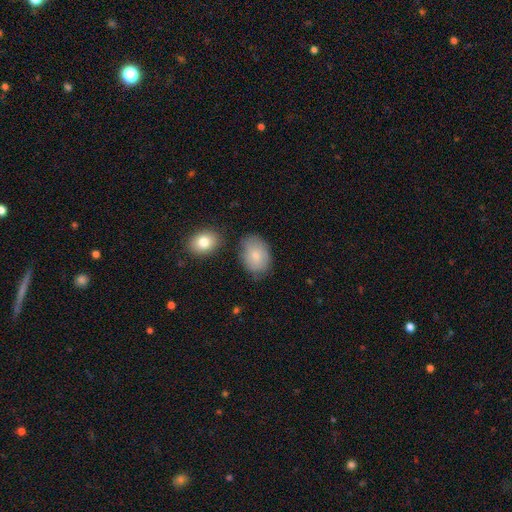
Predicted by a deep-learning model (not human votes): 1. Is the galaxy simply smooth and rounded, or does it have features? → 79% smooth, 14% featured or disk, 7% star or artifact.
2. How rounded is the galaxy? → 77% in between, 22% round, 1% cigar-shaped.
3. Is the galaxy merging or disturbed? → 66% none, 23% minor disturbance, 6% merger, 6% major disturbance.